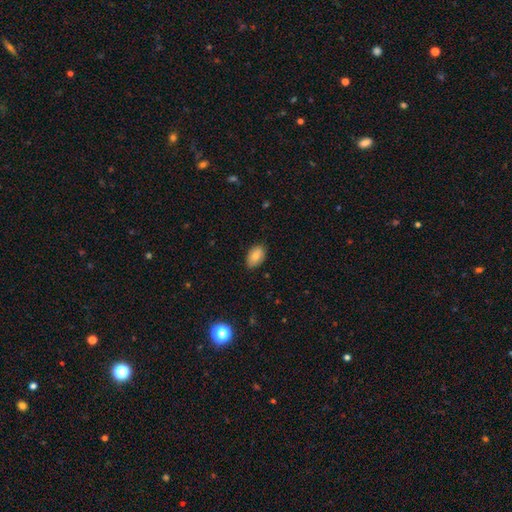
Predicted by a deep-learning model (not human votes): A smooth galaxy with no disk features (80%) that is in between round and cigar-shaped (91%).

Vote fractions:
- Smooth or featured? smooth: 80% / featured or disk: 13% / star or artifact: 8%
- How rounded? in between: 91% / round: 8% / cigar-shaped: 1%
- Merging? none: 82% / minor disturbance: 15% / major disturbance: 2% / merger: 1%